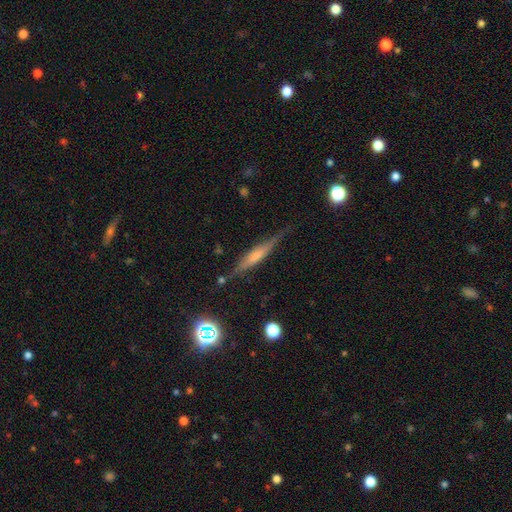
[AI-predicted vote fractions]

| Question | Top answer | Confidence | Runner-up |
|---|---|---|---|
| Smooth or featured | featured or disk | 61% | smooth (30%) |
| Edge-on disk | yes | 95% | no (5%) |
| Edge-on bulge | rounded | 44% | boxy (32%) |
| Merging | none | 79% | minor disturbance (15%) |